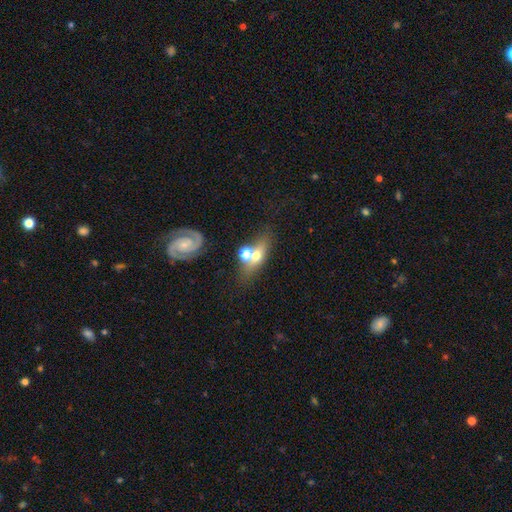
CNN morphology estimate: smooth 52%, featured or disk 35%, star or artifact 13%. Down the decision tree: how rounded — in between (54%); merging — none (48%).